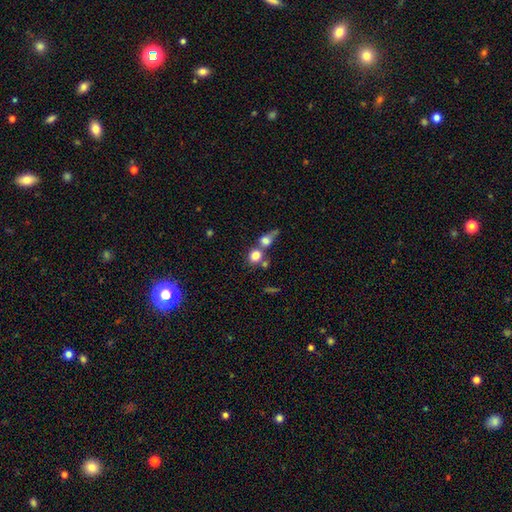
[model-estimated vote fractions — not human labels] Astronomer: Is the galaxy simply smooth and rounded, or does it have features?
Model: smooth — 78%.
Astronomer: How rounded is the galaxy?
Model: round — 73%.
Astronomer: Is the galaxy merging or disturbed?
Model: merger — 49% (runner-up: none, 37%).